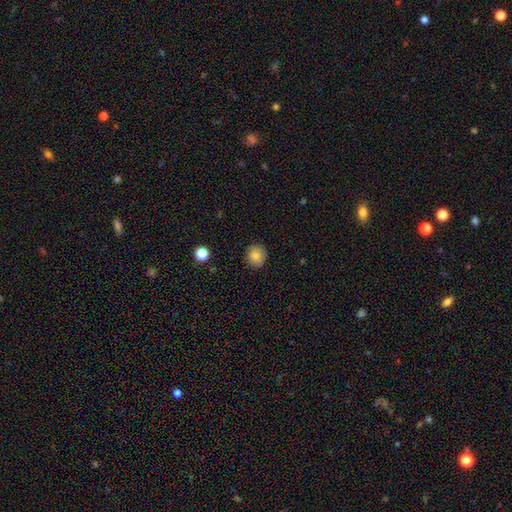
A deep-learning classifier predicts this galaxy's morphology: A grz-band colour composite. It shows a smooth galaxy with no disk features (82%) that is round (84%). Merging: none (85%).